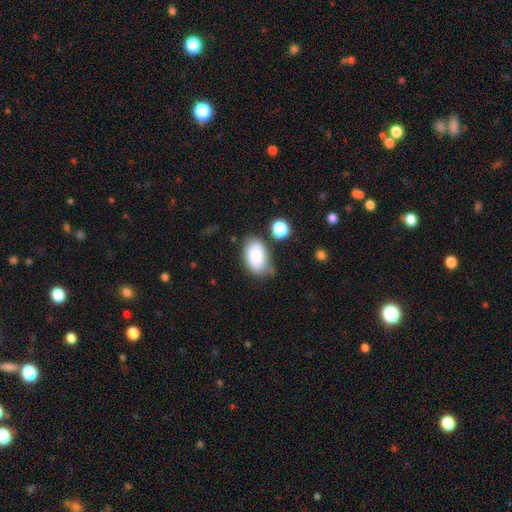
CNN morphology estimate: smooth 81%, featured or disk 11%, star or artifact 8%. Down the decision tree: how rounded — in between (92%); merging — none (57%).